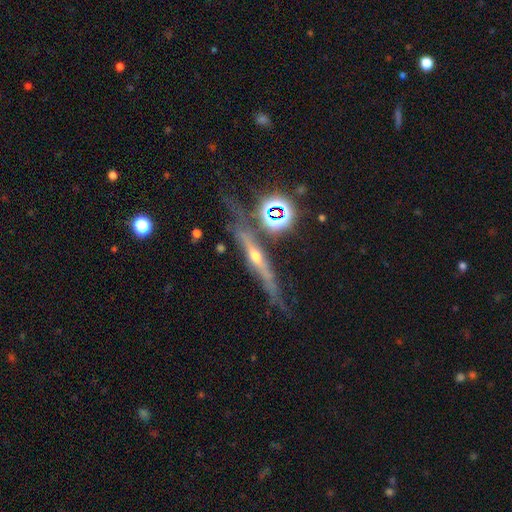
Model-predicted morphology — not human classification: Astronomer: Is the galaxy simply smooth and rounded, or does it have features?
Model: featured or disk — 71%.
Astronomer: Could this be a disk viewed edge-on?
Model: yes — 92%.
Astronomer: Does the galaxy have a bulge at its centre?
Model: rounded — 83%.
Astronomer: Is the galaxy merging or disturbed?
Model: none — 67%.